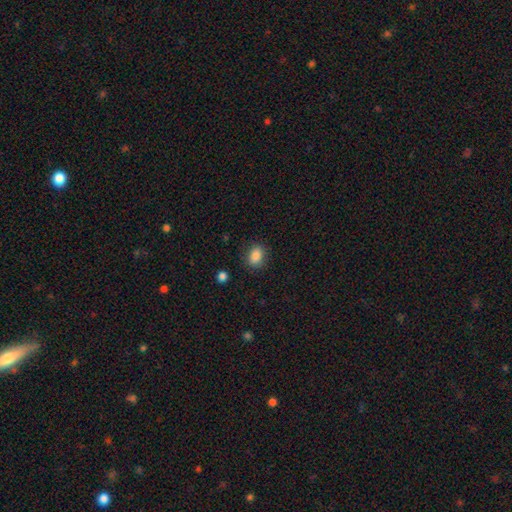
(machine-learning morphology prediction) Smooth or featured? Predicted: smooth (p=0.87). How rounded? Predicted: in between (p=0.71). Merging? Predicted: none (p=0.84).